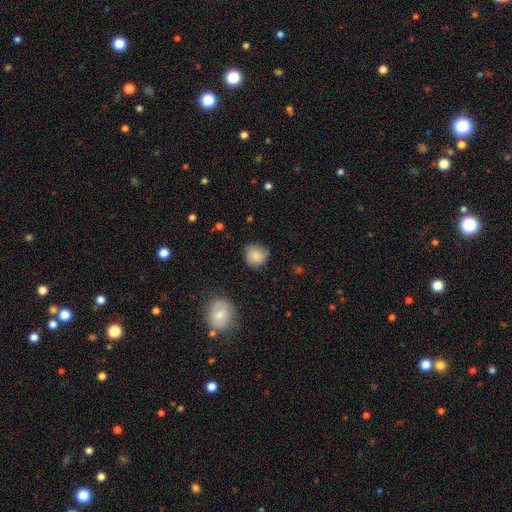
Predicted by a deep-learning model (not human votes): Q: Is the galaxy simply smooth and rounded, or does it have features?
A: smooth — 78%.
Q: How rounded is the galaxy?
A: round — 85%.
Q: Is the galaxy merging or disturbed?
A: none — 74%.